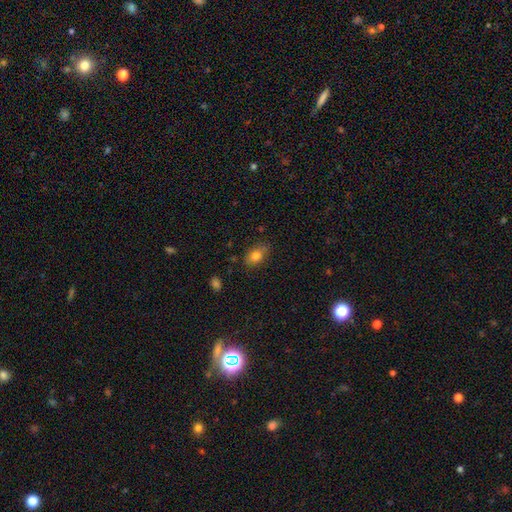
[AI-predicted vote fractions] smooth 81%, featured or disk 10%, star or artifact 9%. Down the decision tree: how rounded — in between (82%); merging — none (79%).